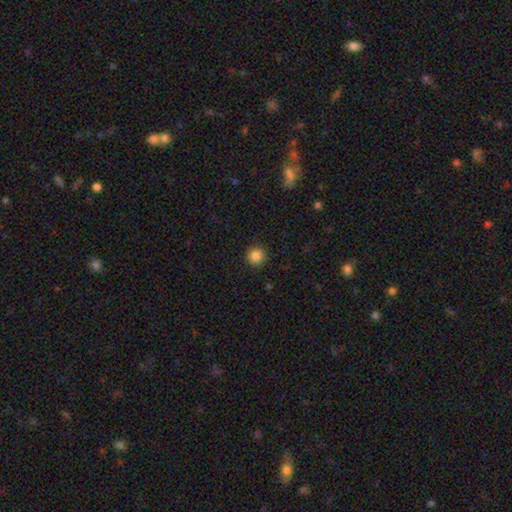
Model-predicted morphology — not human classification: smooth-or-featured: smooth: 86% | star or artifact: 10% | featured or disk: 4%
  how-rounded: round: 95% | in between: 4% | cigar-shaped: 1%
  merging: none: 92% | minor disturbance: 5% | major disturbance: 2% | merger: 1%